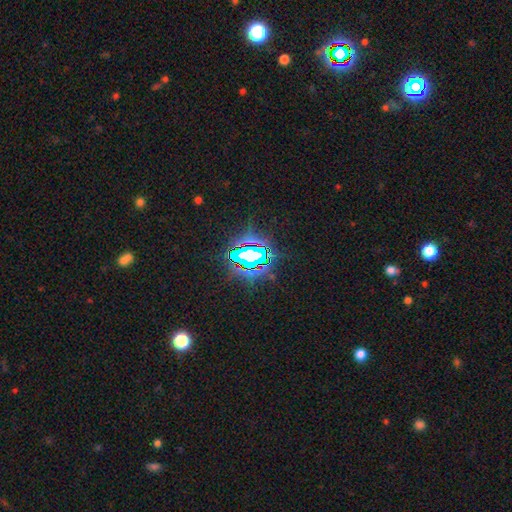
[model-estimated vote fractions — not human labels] Smooth or featured? star or artifact (77%)